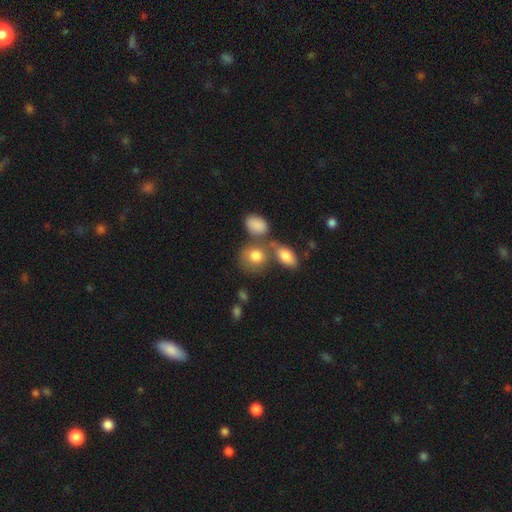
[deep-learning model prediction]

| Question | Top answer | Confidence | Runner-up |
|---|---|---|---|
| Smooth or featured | smooth | 80% | featured or disk (12%) |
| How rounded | round | 51% | in between (47%) |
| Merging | none | 45% | merger (35%) |